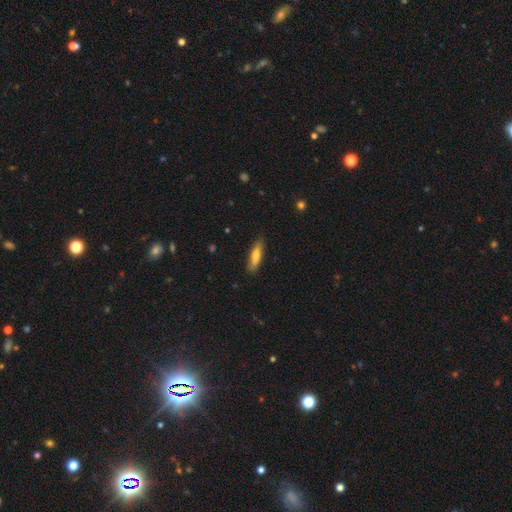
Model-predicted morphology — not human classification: This is likely a smooth galaxy (68%). How rounded: likely cigar-shaped (67%). Merging: clearly none (85%).